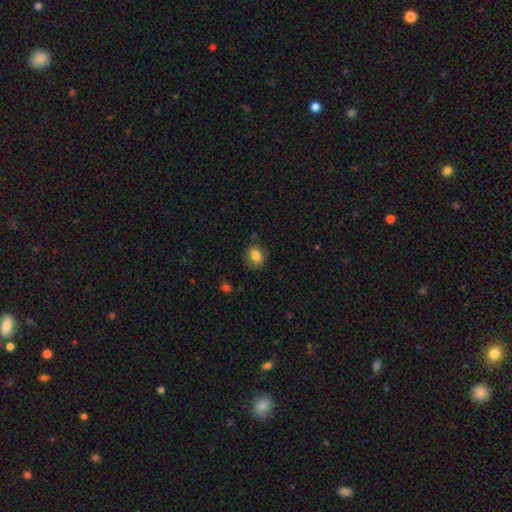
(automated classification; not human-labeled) Smooth or featured: smooth — 80% (featured or disk — 11%)
How rounded: in between — 61% (round — 38%)
Merging: none — 80% (minor disturbance — 15%)